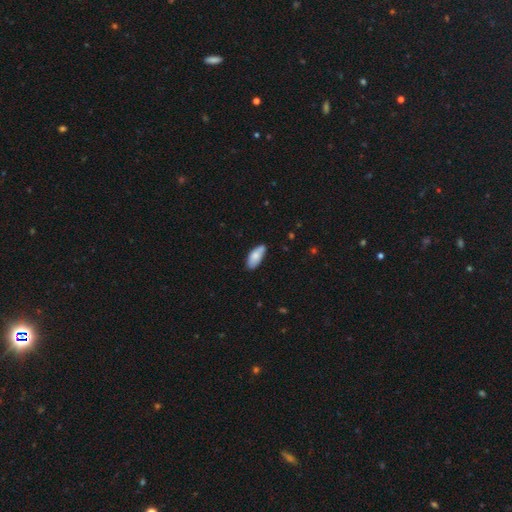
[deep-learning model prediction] This is likely a smooth galaxy (79%). How rounded: clearly in between (86%). Merging: likely none (67%).